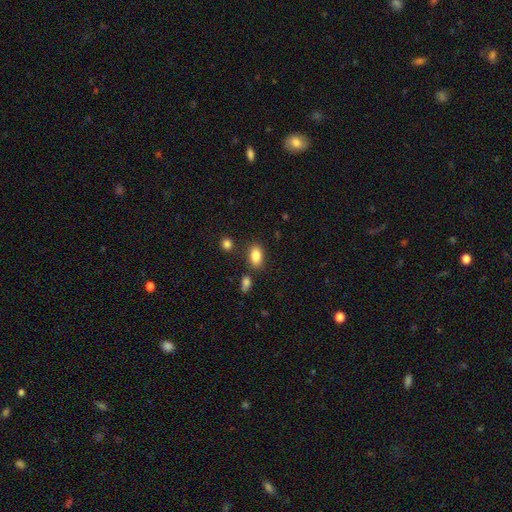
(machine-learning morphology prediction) This is clearly a smooth galaxy (86%). How rounded: clearly in between (88%). Merging: likely none (80%).